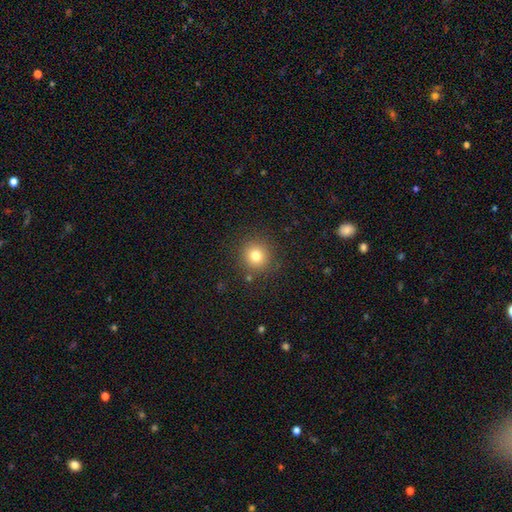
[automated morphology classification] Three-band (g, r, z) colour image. It shows a smooth galaxy with no disk features (79%) that is round (92%). Merging: none (87%).